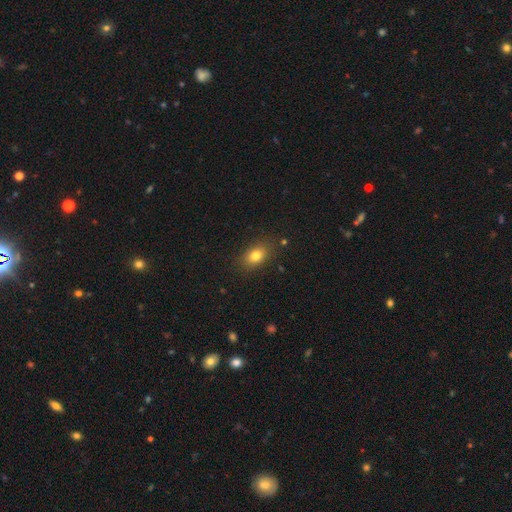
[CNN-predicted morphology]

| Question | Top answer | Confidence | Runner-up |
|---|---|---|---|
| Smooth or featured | smooth | 80% | star or artifact (11%) |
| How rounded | in between | 80% | round (17%) |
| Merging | none | 85% | minor disturbance (11%) |